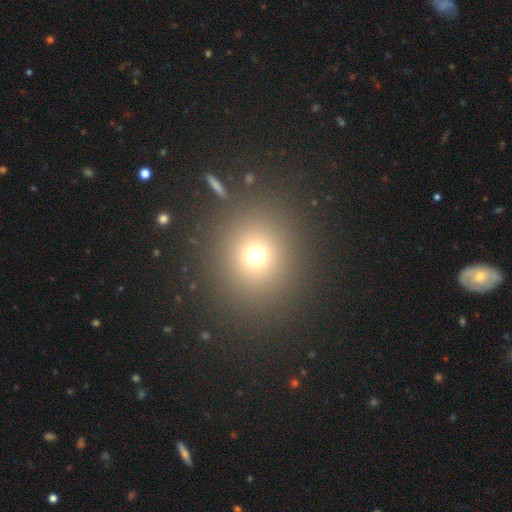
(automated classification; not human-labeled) Q: Smooth or featured?
A: smooth (70%); runner-up: star or artifact (22%)
Q: How rounded?
A: round (86%); runner-up: in between (13%)
Q: Merging?
A: none (84%); runner-up: minor disturbance (7%)